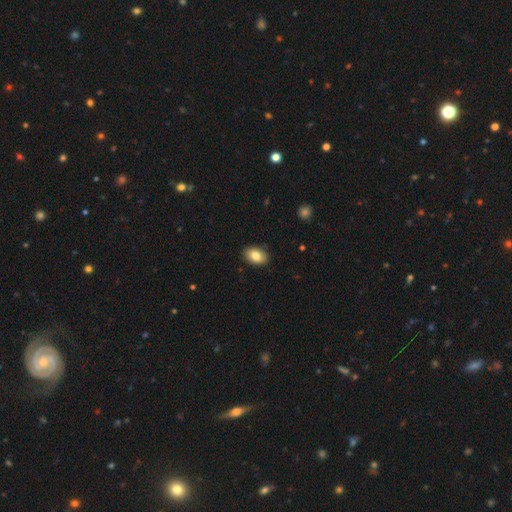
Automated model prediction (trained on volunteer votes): Smooth or featured: smooth — 83% (featured or disk — 9%)
How rounded: in between — 89% (round — 10%)
Merging: none — 88% (minor disturbance — 9%)